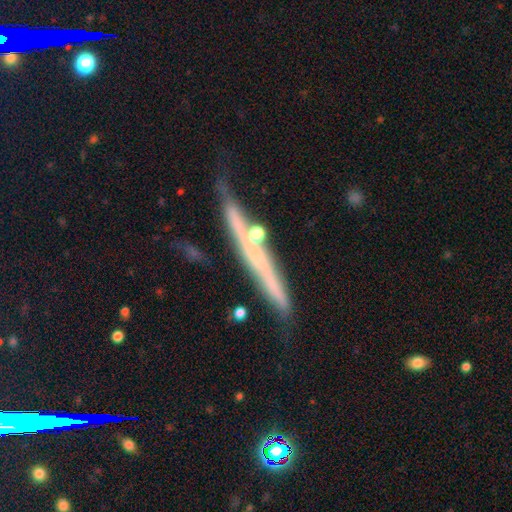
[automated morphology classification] This is likely a featured or disk galaxy (63%). It is clearly viewed edge-on (91%). Edge-on bulge: likely none (67%). Merging: likely none (65%).